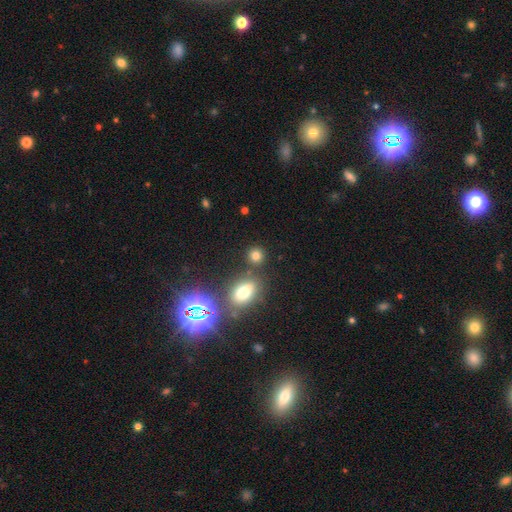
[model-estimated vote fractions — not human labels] This appears to be a smooth galaxy with no disk features (75%) that is round (84%). Merging: none (79%).